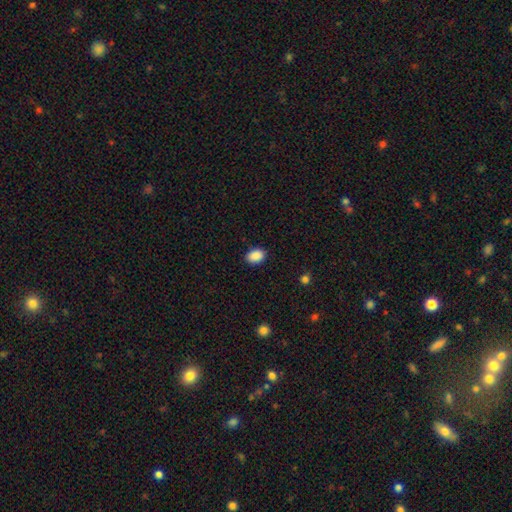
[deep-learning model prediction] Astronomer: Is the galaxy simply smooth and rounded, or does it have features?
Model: smooth — 89%.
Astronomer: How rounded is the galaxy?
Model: in between — 76%.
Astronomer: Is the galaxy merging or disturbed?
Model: none — 88%.